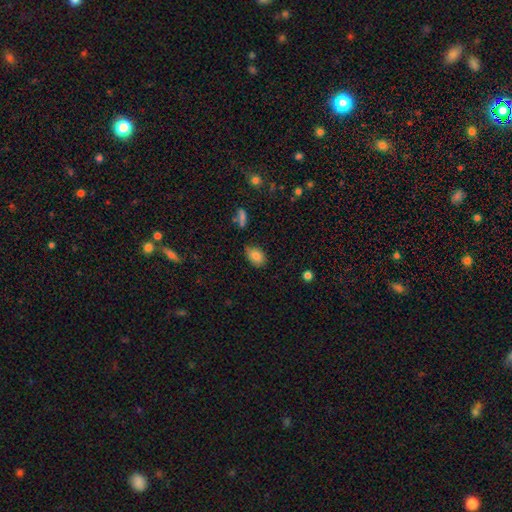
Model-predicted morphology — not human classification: Q: Smooth or featured?
A: smooth (83%); runner-up: star or artifact (10%)
Q: How rounded?
A: in between (80%); runner-up: round (19%)
Q: Merging?
A: none (75%); runner-up: minor disturbance (19%)